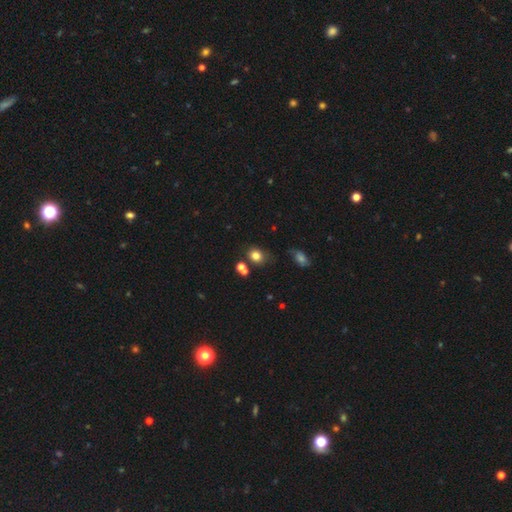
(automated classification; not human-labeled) A smooth galaxy with no disk features (79%) that is round (62%). Merging: none (66%).